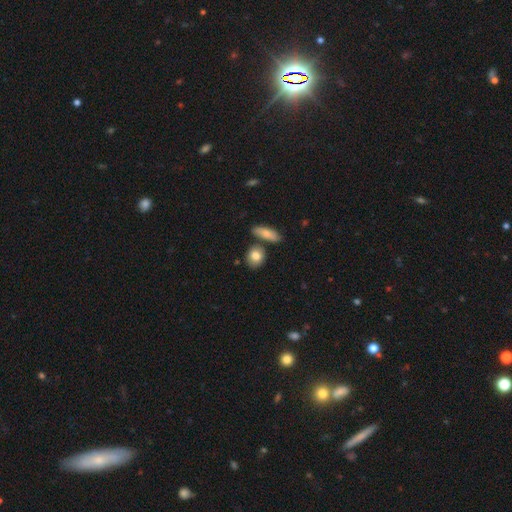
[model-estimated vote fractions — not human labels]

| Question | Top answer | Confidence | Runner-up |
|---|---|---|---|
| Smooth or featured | smooth | 82% | featured or disk (11%) |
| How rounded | round | 54% | in between (42%) |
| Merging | none | 71% | merger (15%) |